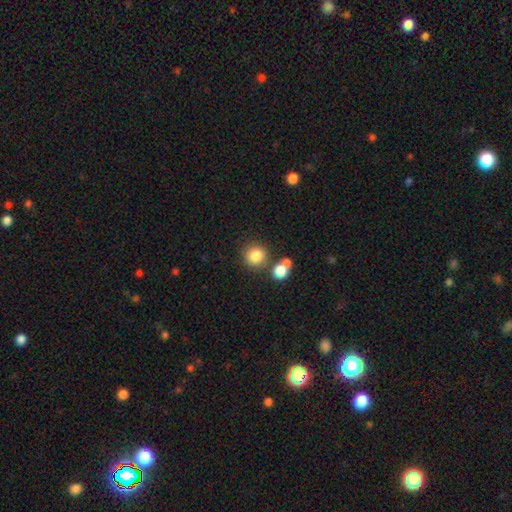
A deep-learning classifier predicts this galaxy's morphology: This appears to be a smooth galaxy with no disk features (83%) that is round (91%). Merging: none (73%).